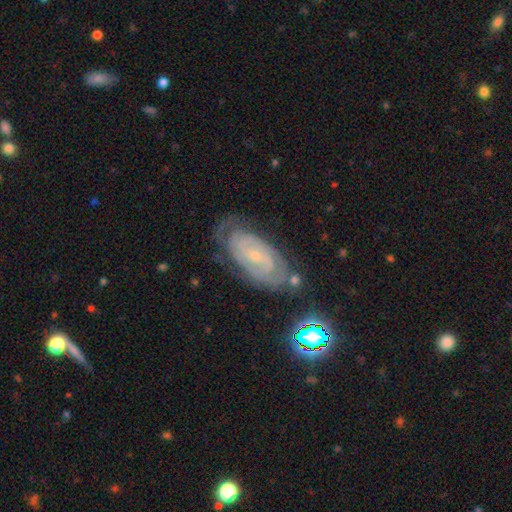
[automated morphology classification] Overall: featured or disk (81%). Edge-on disk: no (95%). Bar: no (59%; weak 32%). Spiral arms: yes (95%). Spiral arm count: 2 (45%; can't tell 32%). Spiral winding: tight (75%). Bulge size: small (82%). Merging: none (66%).